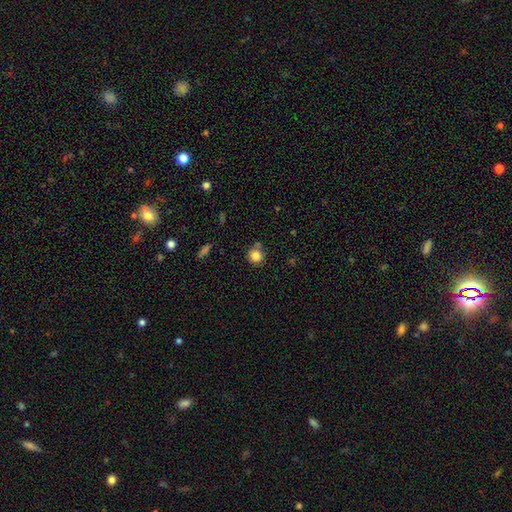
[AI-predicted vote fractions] Smooth or featured: smooth — 83% (star or artifact — 11%)
How rounded: round — 91% (in between — 8%)
Merging: none — 71% (minor disturbance — 16%)